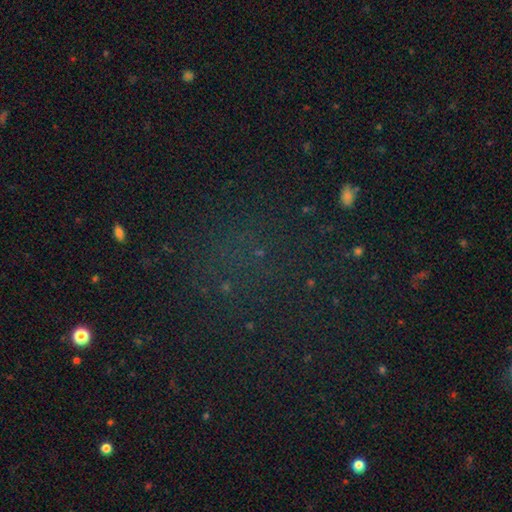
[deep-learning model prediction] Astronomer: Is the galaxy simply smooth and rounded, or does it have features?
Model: star or artifact — 60%.